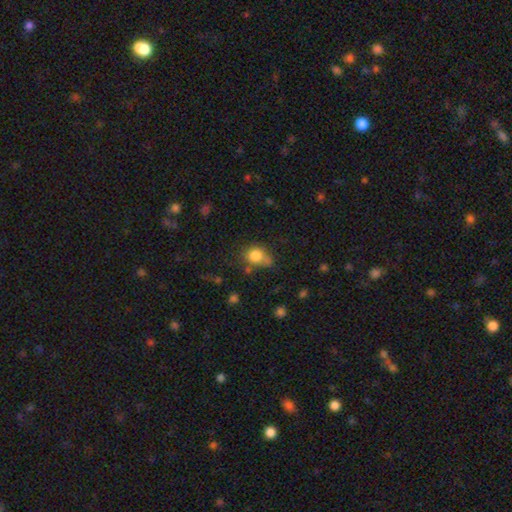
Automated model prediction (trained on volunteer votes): Q: Smooth or featured?
A: smooth (80%); runner-up: star or artifact (11%)
Q: How rounded?
A: round (66%); runner-up: in between (33%)
Q: Merging?
A: none (47%); runner-up: minor disturbance (27%)